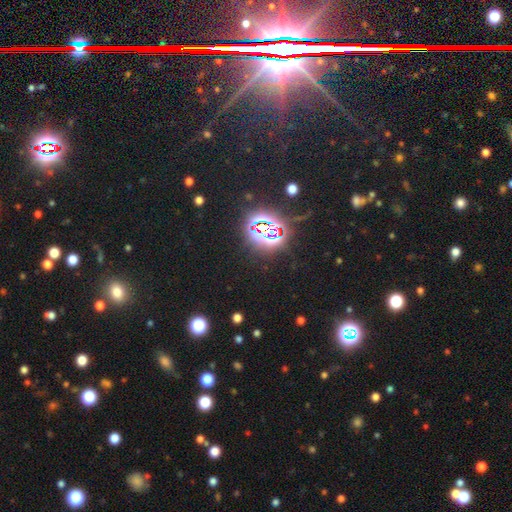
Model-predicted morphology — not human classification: This appears to be a star or artifact, not a galaxy (80%).